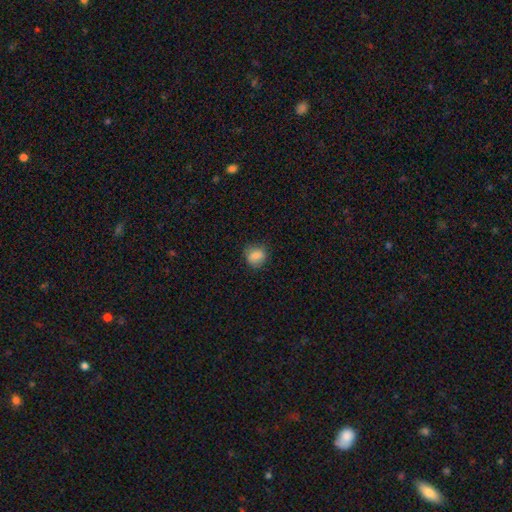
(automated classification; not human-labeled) This is clearly a smooth galaxy (83%). How rounded: likely round (73%). Merging: likely none (79%).